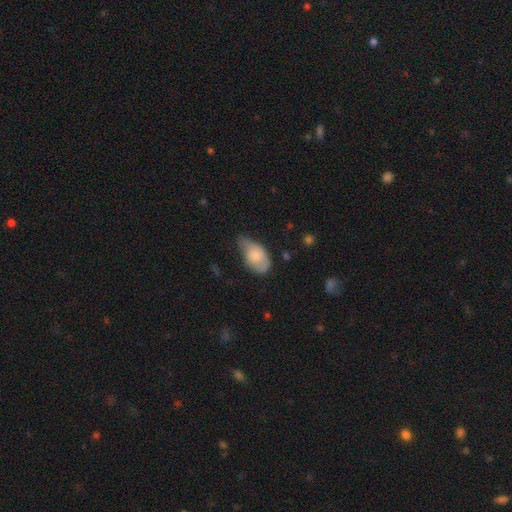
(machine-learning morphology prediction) Smooth or featured? smooth (76%)
How rounded? in between (91%)
Merging? minor disturbance (48%)